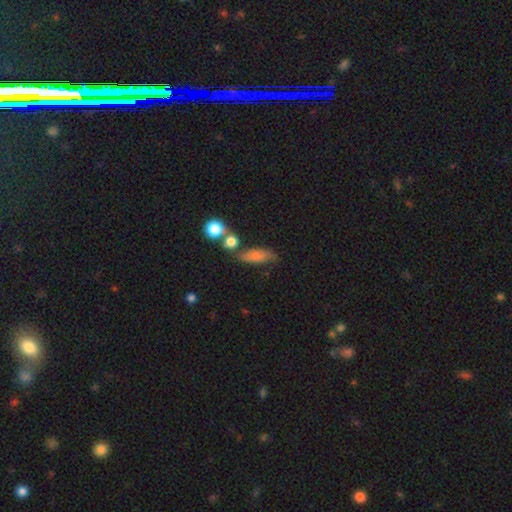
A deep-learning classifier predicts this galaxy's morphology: Smooth or featured: smooth — 72% (featured or disk — 18%)
How rounded: in between — 56% (cigar-shaped — 34%)
Merging: none — 57% (minor disturbance — 19%)